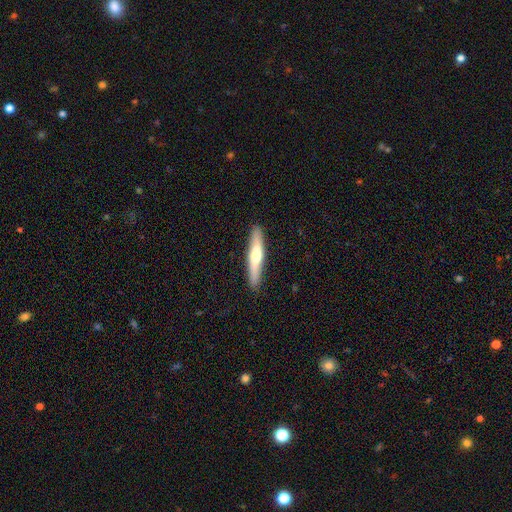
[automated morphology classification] smooth 52%, featured or disk 43%, star or artifact 5%. Down the decision tree: how rounded — cigar-shaped (90%); merging — none (90%).